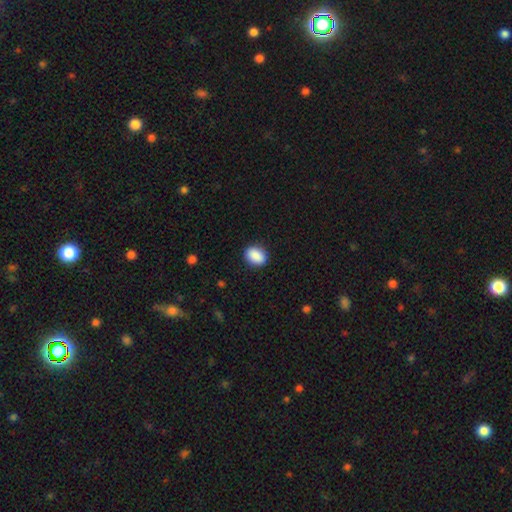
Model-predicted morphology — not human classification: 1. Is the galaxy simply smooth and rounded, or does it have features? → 90% smooth, 7% star or artifact, 3% featured or disk.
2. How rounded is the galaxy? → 69% in between, 29% round, 1% cigar-shaped.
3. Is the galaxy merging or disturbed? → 89% none, 8% minor disturbance, 2% major disturbance, 1% merger.